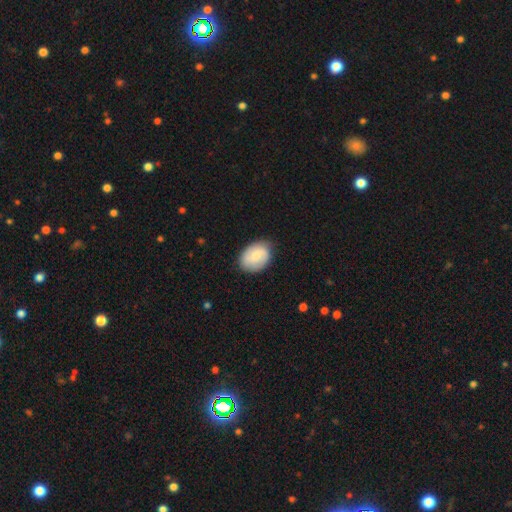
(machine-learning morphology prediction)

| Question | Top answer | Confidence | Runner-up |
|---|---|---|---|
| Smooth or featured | smooth | 67% | featured or disk (27%) |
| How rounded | in between | 73% | round (26%) |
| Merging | none | 79% | minor disturbance (17%) |